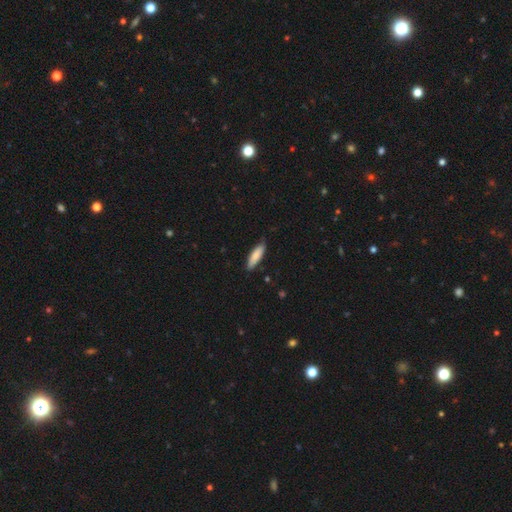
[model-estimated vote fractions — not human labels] Q: Smooth or featured?
A: smooth (83%); runner-up: featured or disk (11%)
Q: How rounded?
A: cigar-shaped (62%); runner-up: in between (36%)
Q: Merging?
A: none (82%); runner-up: minor disturbance (15%)